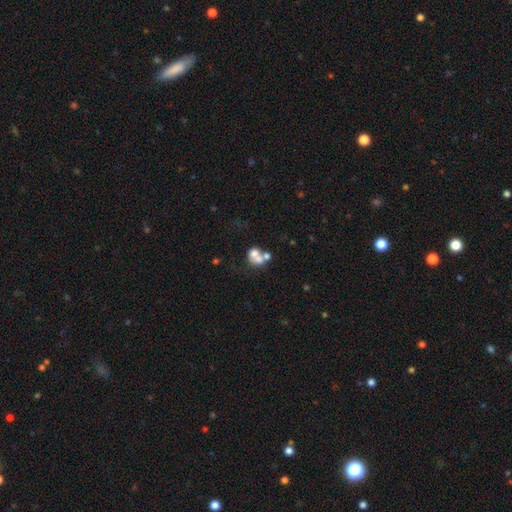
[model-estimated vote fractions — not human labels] smooth 56%, featured or disk 31%, star or artifact 13%. Down the decision tree: how rounded — round (59%); merging — merger (60%).